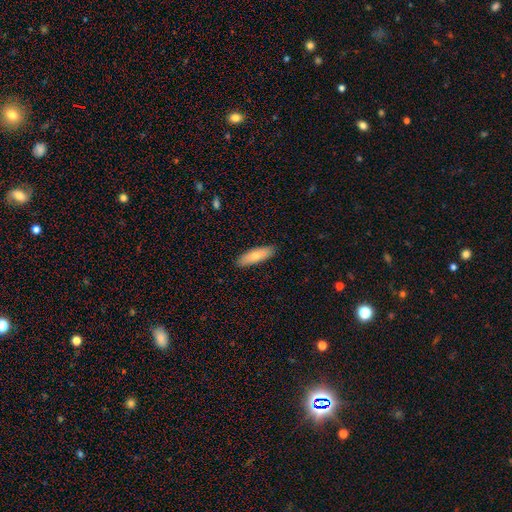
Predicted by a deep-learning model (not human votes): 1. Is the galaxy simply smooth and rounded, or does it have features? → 74% smooth, 20% featured or disk, 6% star or artifact.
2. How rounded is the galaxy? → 53% cigar-shaped, 45% in between, 2% round.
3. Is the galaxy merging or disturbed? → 89% none, 9% minor disturbance, 2% major disturbance, 1% merger.